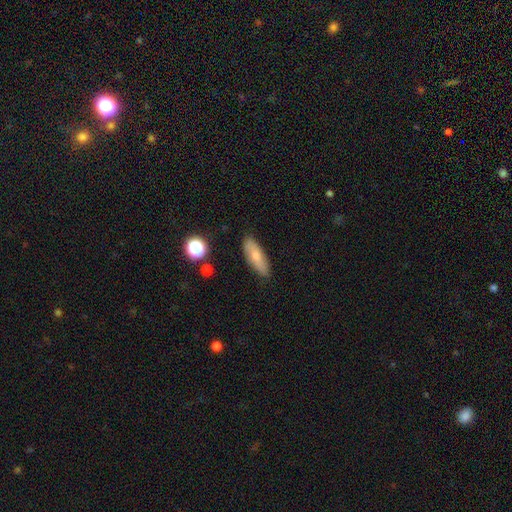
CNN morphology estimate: A smooth galaxy with no disk features (69%) that is in between round and cigar-shaped (58%).

Vote fractions:
- Smooth or featured? smooth: 69% / featured or disk: 24% / star or artifact: 7%
- How rounded? in between: 58% / cigar-shaped: 39% / round: 3%
- Merging? none: 83% / minor disturbance: 13% / major disturbance: 2% / merger: 2%